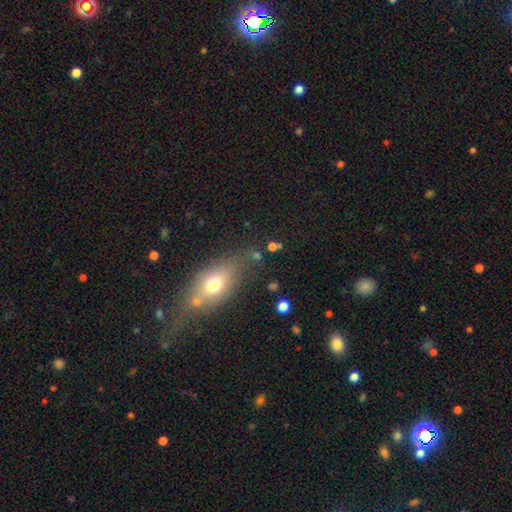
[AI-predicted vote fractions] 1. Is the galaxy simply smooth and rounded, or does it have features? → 60% smooth, 23% featured or disk, 17% star or artifact.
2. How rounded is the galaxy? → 63% in between, 22% round, 16% cigar-shaped.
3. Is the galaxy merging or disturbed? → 61% none, 16% minor disturbance, 15% merger, 8% major disturbance.